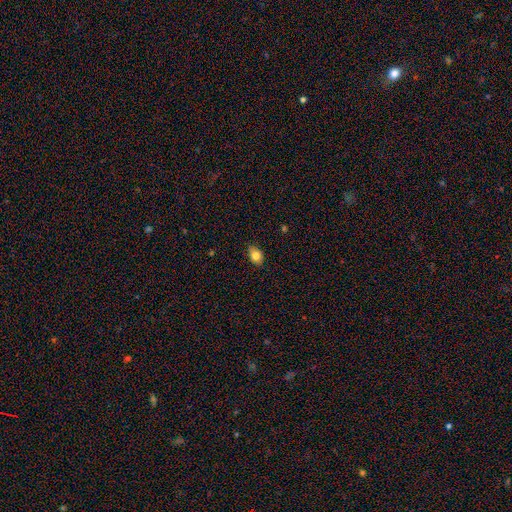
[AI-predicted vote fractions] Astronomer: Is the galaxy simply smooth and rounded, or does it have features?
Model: smooth — 81%.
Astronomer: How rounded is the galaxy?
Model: in between — 76%.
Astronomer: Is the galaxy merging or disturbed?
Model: none — 82%.